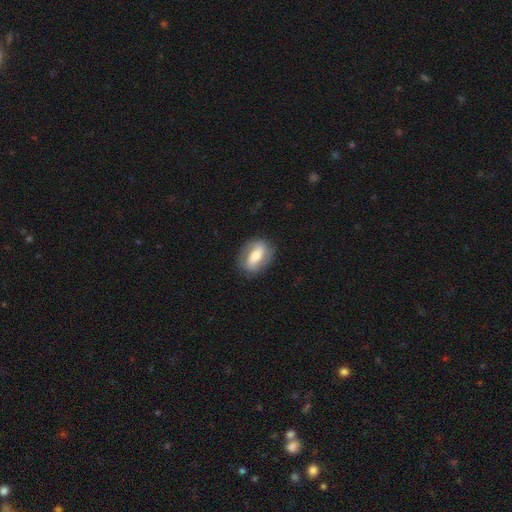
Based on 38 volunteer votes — Smooth or featured: featured or disk — 53% (smooth — 39%)
Edge-on disk: no — 85% (yes — 15%)
Bar: strong — 47% (no — 35%)
Spiral arms: yes — 65% (no — 35%)
Spiral winding: loose — 55% (medium — 27%)
Spiral arm count: 2 — 100%
Bulge size: moderate — 53% (small — 24%)
Merging: none — 80% (minor disturbance — 14%)